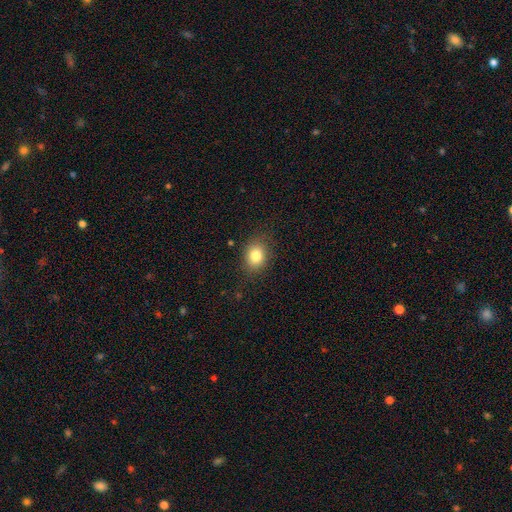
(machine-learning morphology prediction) This appears to be a smooth galaxy with no disk features (81%) that is in between round and cigar-shaped (54%). Merging: none (83%).